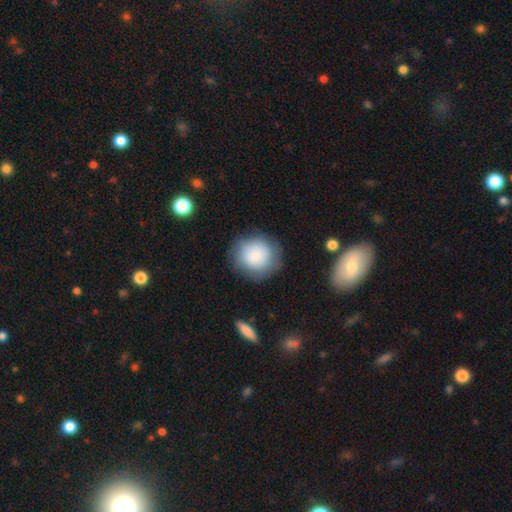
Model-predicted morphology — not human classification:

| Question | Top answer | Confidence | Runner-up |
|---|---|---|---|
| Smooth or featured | smooth | 82% | featured or disk (10%) |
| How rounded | round | 90% | in between (9%) |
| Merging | none | 82% | minor disturbance (12%) |